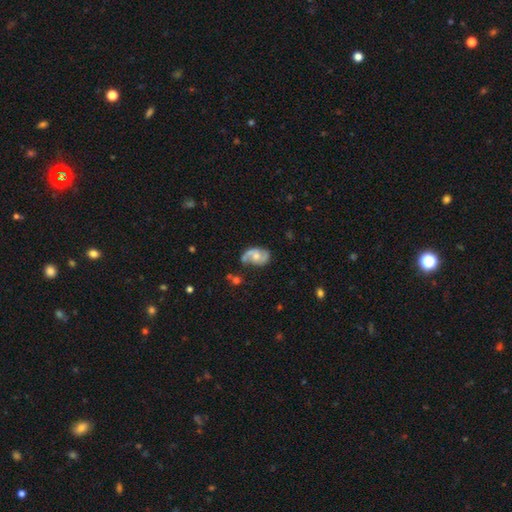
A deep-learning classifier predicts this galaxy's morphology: A featured or disk galaxy (78%) with no bar (59%), 2 (87%) medium (46%) spiral arms (93%) and a moderate central bulge (57%). Merging: none (63%).